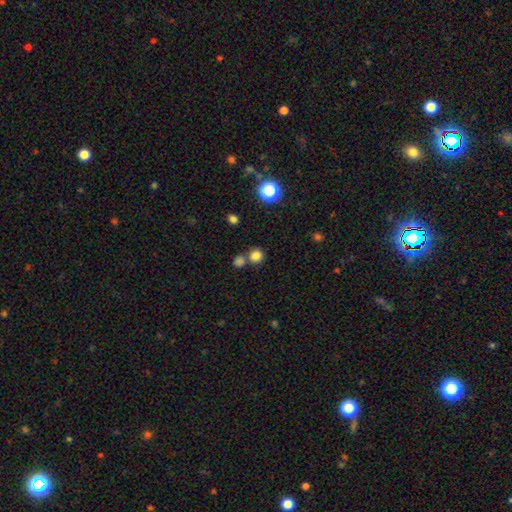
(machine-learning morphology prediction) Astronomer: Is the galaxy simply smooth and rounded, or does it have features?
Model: smooth — 80%.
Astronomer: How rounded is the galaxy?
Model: round — 90%.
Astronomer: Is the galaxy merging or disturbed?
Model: none — 65%.